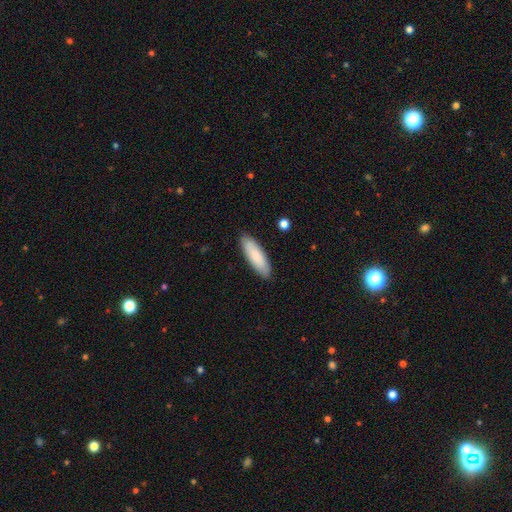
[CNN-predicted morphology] This is clearly a smooth galaxy (85%). How rounded: possibly cigar-shaped (49%, tied with in between). Merging: clearly none (89%).